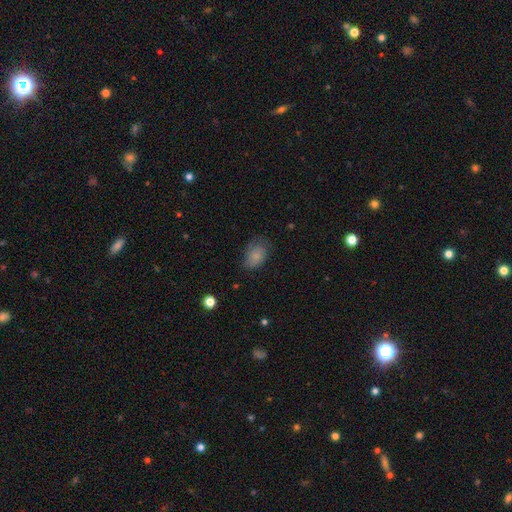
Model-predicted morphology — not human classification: The model was most divided on "merging": none: 56%, minor disturbance: 30%, major disturbance: 12%, merger: 1%. More confident: smooth or featured — smooth (80%); how rounded — in between (80%).